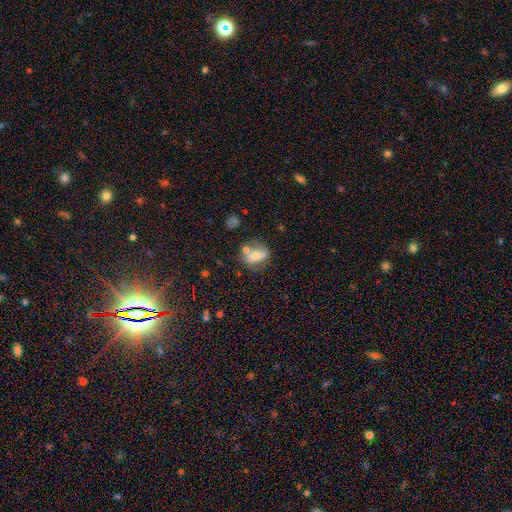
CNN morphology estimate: Smooth or featured? Predicted: smooth (p=0.57). How rounded? Predicted: in between (p=0.64). Merging? Predicted: none (p=0.51).